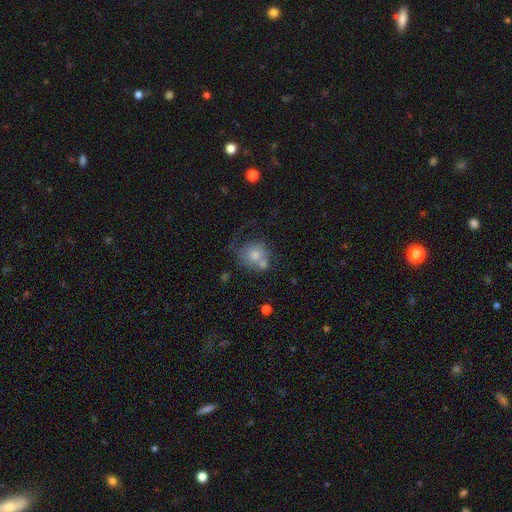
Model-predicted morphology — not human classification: smooth 68%, featured or disk 23%, star or artifact 10%. Down the decision tree: how rounded — round (78%); merging — none (35%).